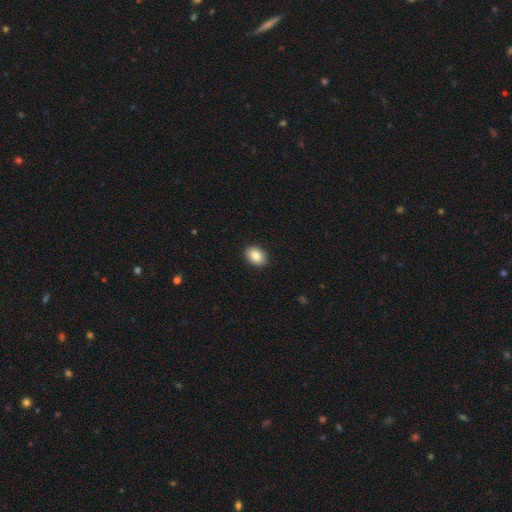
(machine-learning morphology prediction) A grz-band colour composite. It shows a smooth galaxy with no disk features (86%) that is in between round and cigar-shaped (77%). Merging: none (91%).